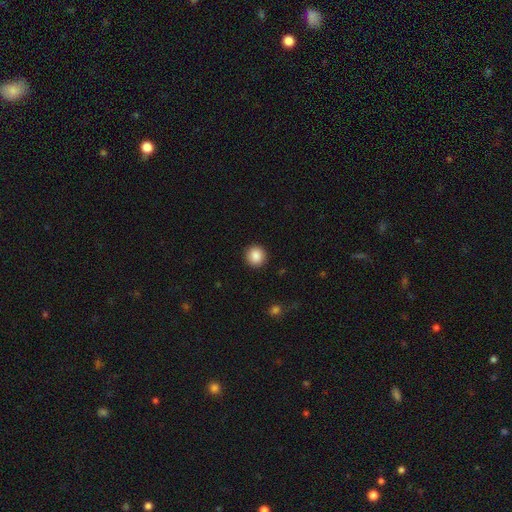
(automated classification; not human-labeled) The model was most divided on "smooth or featured": smooth: 88%, star or artifact: 8%, featured or disk: 3%. More confident: how rounded — round (93%); merging — none (92%).